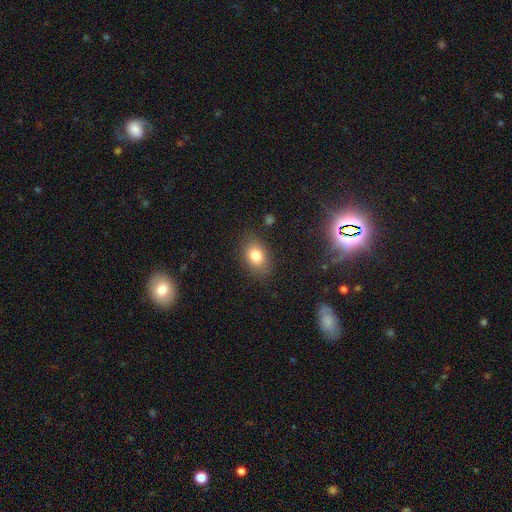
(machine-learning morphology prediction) This appears to be a smooth galaxy with no disk features (80%) that is in between round and cigar-shaped (76%). Merging: none (83%).